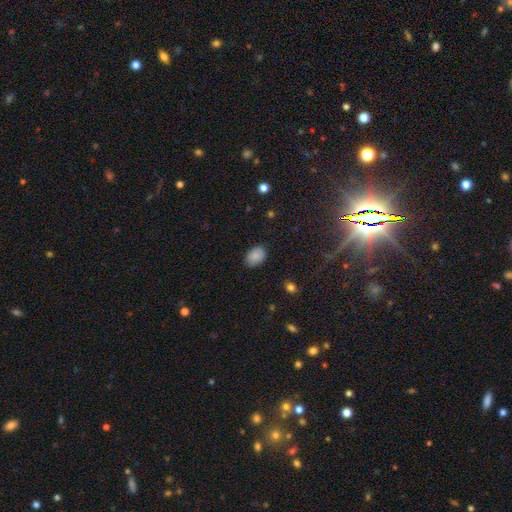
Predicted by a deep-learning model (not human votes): smooth 85%, star or artifact 8%, featured or disk 7%. Down the decision tree: how rounded — in between (84%); merging — none (83%).